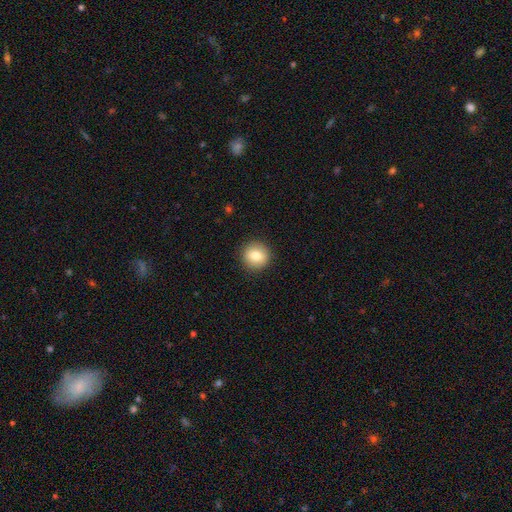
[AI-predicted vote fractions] smooth_or_featured: smooth (p=0.80) [alt: featured or disk p=0.11]
how_rounded: round (p=0.92) [alt: in between p=0.07]
merging: none (p=0.92) [alt: minor disturbance p=0.06]